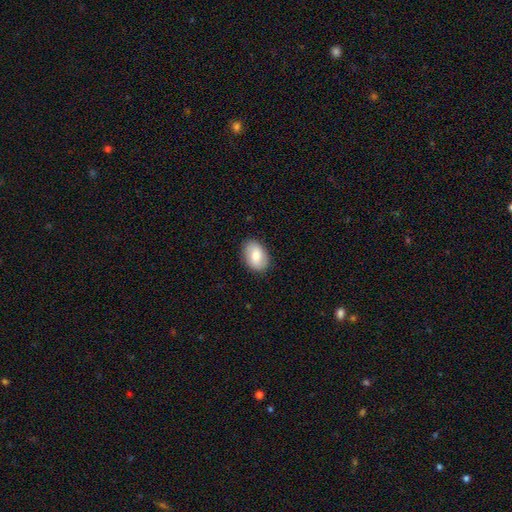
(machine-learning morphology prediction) smooth 75%, featured or disk 19%, star or artifact 6%. Down the decision tree: how rounded — in between (83%); merging — none (87%).